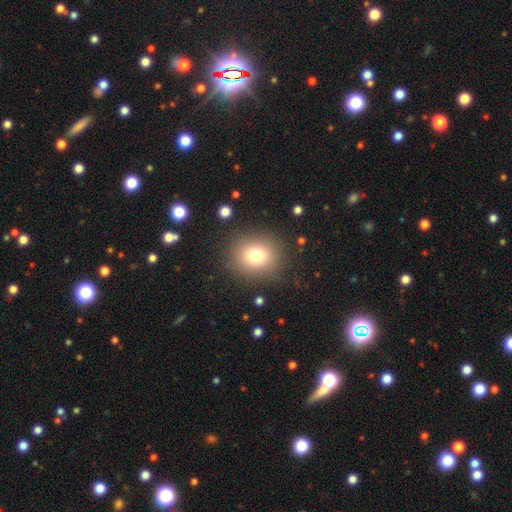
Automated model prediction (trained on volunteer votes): The model was most divided on "smooth or featured": smooth: 75%, star or artifact: 14%, featured or disk: 10%. More confident: merging — none (86%); how rounded — round (82%).